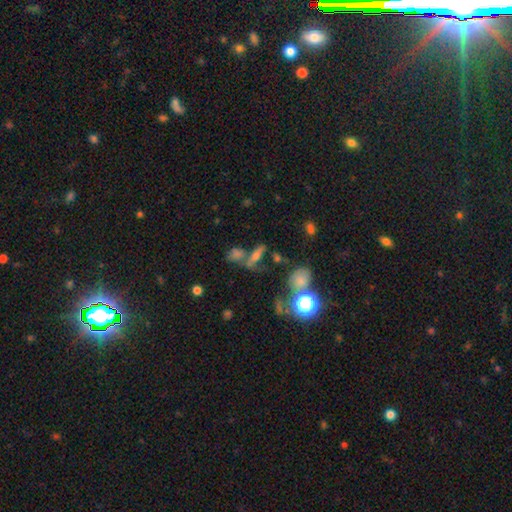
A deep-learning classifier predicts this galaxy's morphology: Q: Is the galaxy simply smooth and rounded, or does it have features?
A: smooth — 44%.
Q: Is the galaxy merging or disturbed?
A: none — 55%.